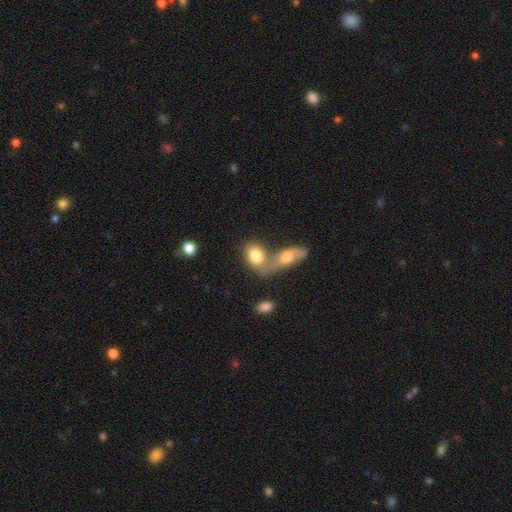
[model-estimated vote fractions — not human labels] Morphology: type=smooth (79%); roundness=in between (77%); merging=merger (57%).